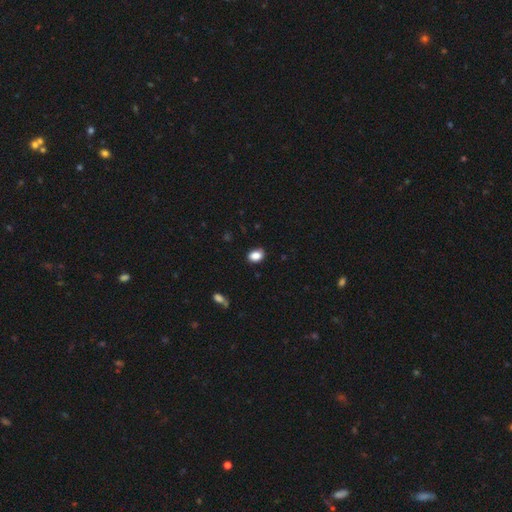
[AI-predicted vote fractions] This is clearly a smooth galaxy (87%). How rounded: likely in between (73%). Merging: clearly none (84%).